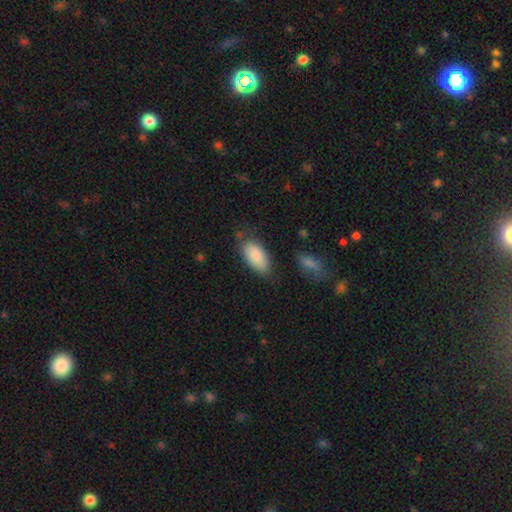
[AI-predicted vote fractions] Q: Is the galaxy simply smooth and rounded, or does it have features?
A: smooth — 86%.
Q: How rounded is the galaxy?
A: in between — 93%.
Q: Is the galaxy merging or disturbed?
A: none — 71%.